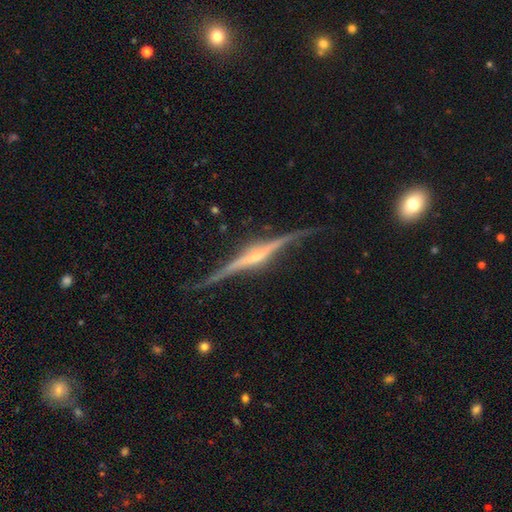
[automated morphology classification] Smooth or featured: featured or disk — 88% (smooth — 6%)
Edge-on disk: yes — 96% (no — 4%)
Edge-on bulge: rounded — 76% (boxy — 12%)
Merging: none — 76% (minor disturbance — 17%)